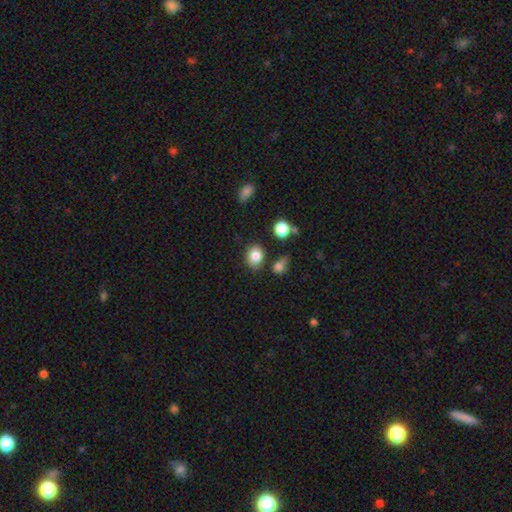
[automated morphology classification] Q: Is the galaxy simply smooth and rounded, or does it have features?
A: smooth — 83%.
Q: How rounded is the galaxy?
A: in between — 52%.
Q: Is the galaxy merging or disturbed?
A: none — 77%.